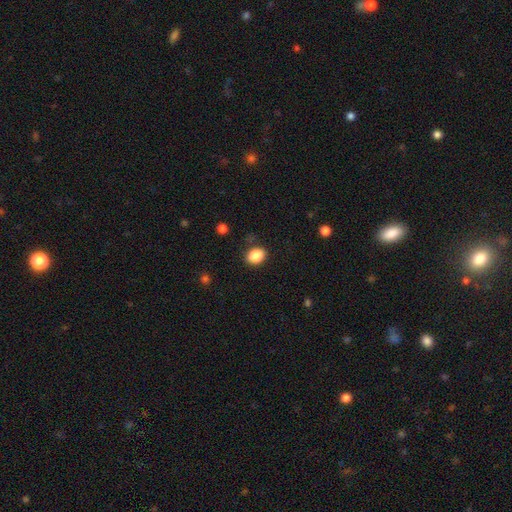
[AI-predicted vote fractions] This appears to be a smooth galaxy with no disk features (88%) that is in between round and cigar-shaped (66%). Merging: none (82%).